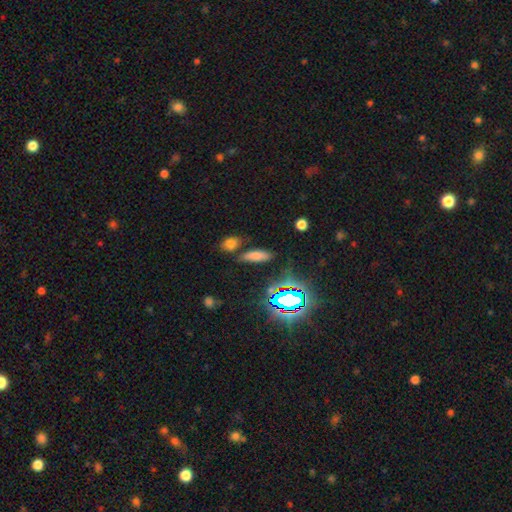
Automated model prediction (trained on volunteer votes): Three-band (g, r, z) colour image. It shows a smooth galaxy with no disk features (71%) that is in between round and cigar-shaped (57%). Merging: none (75%).